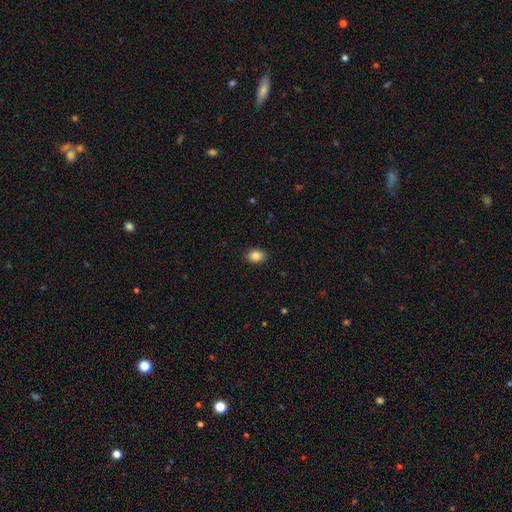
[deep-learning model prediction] smooth-or-featured: smooth: 86% | star or artifact: 9% | featured or disk: 5%
  how-rounded: in between: 74% | round: 25% | cigar-shaped: 1%
  merging: none: 89% | minor disturbance: 8% | major disturbance: 2% | merger: 1%